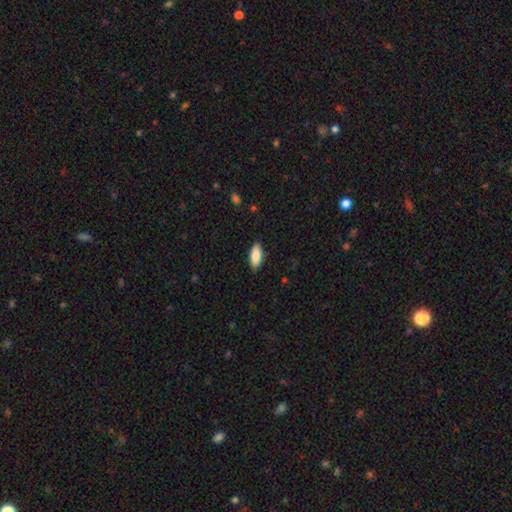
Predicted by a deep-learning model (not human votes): A smooth galaxy with no disk features (87%) that is in between round and cigar-shaped (83%).

Vote fractions:
- Smooth or featured? smooth: 87% / featured or disk: 7% / star or artifact: 6%
- How rounded? in between: 83% / cigar-shaped: 16% / round: 2%
- Merging? none: 87% / minor disturbance: 10% / major disturbance: 2% / merger: 1%